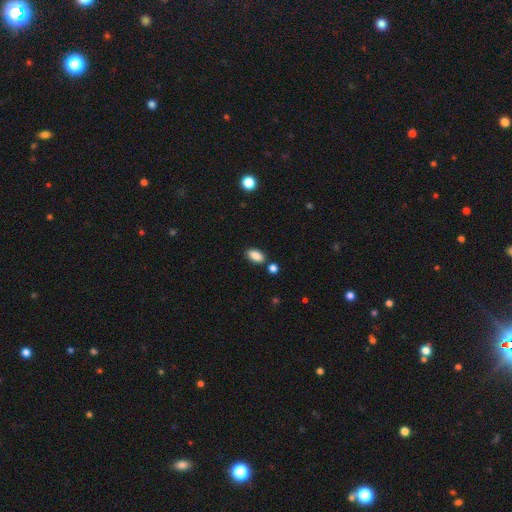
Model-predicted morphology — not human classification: type=smooth (88%); roundness=in between (91%); merging=none (79%).